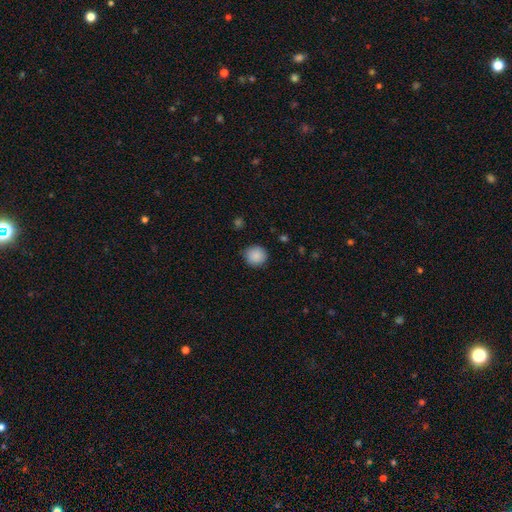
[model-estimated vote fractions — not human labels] Morphology: type=smooth (89%); roundness=round (92%); merging=none (89%).